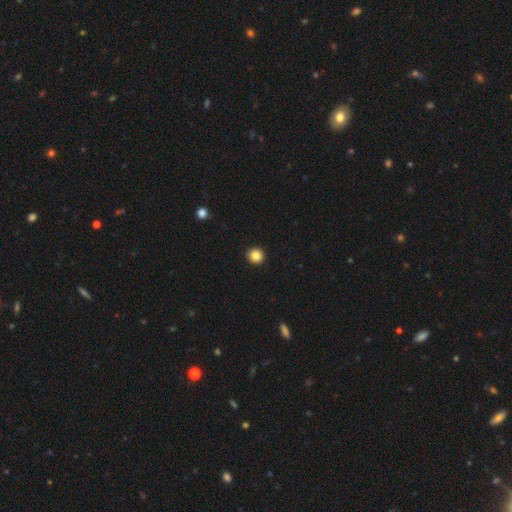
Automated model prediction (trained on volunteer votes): Smooth or featured? smooth (85%)
How rounded? round (94%)
Merging? none (94%)